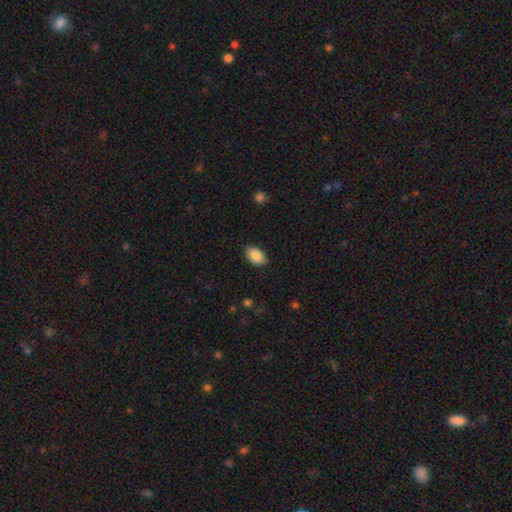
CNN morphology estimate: smooth-or-featured: smooth: 89% | star or artifact: 7% | featured or disk: 4%
  how-rounded: in between: 93% | round: 5% | cigar-shaped: 1%
  merging: none: 88% | minor disturbance: 9% | major disturbance: 2% | merger: 1%